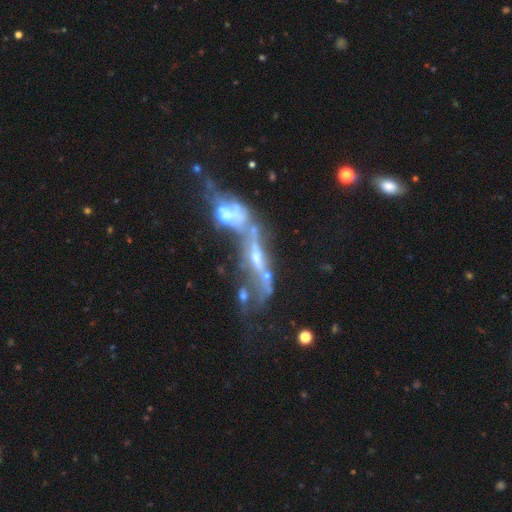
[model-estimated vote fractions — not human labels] This is likely a featured or disk galaxy (68%). It is likely not viewed edge-on (65%). Merging: likely merger (71%).